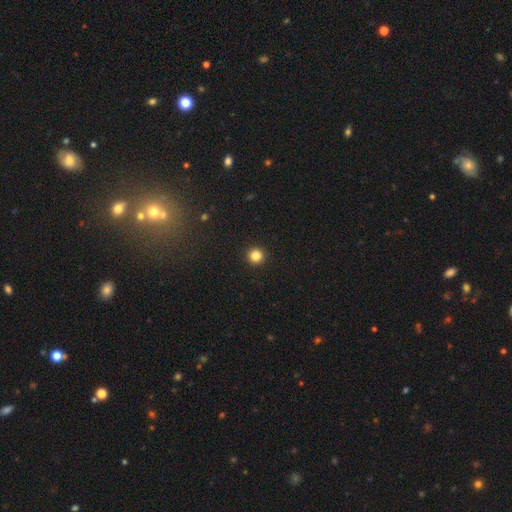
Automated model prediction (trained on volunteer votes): smooth 84%, star or artifact 12%, featured or disk 4%. Down the decision tree: how rounded — round (96%); merging — none (94%).